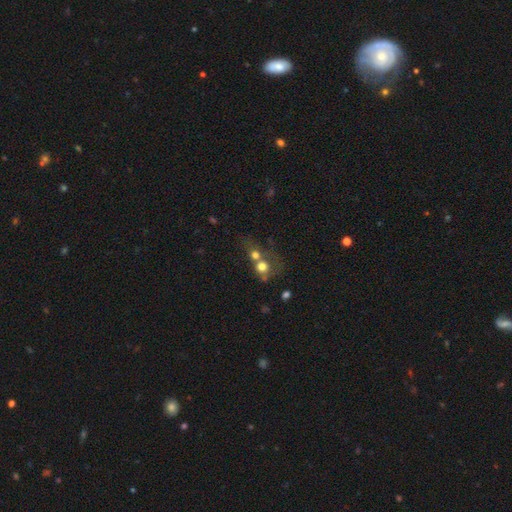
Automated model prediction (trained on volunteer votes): Morphology: type=smooth (63%); roundness=round (76%); merging=merger (60%).